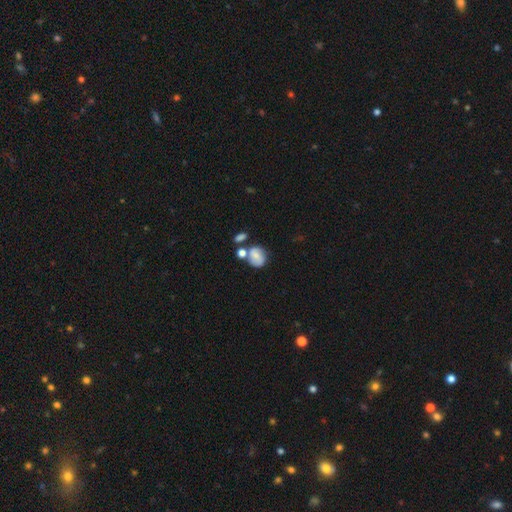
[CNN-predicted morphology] The model was most divided on "how rounded": round: 52%, in between: 47%, cigar-shaped: 1%. Remaining: smooth or featured — smooth (52%); merging — none (44%).